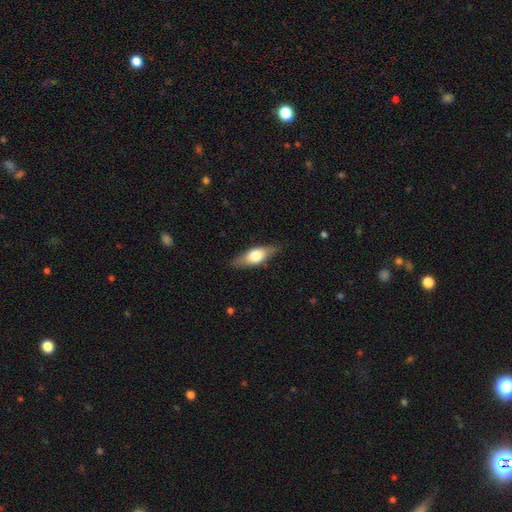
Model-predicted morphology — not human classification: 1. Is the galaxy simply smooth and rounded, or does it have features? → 58% smooth, 36% featured or disk, 6% star or artifact.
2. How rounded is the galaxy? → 70% in between, 26% cigar-shaped, 4% round.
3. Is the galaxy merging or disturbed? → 82% none, 14% minor disturbance, 3% major disturbance, 1% merger.